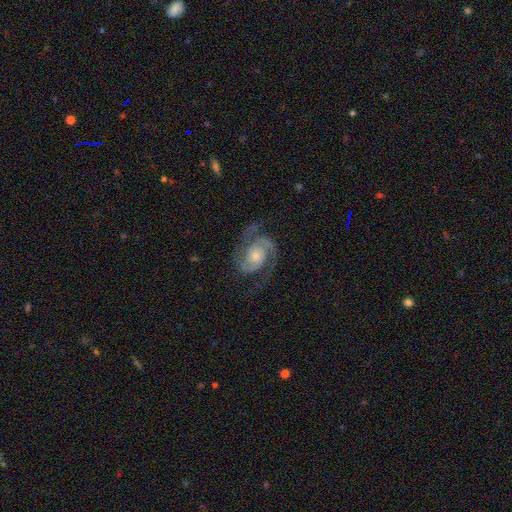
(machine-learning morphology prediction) Smooth or featured? Predicted: featured or disk (p=0.91). Edge-on disk? Predicted: no (p=0.98). Bar? Predicted: no (p=0.69). Spiral arms? Predicted: yes (p=0.98). Spiral winding? Predicted: medium (p=0.54). Spiral arm count? Predicted: 2 (p=0.93). Bulge size? Predicted: small (p=0.55). Merging? Predicted: none (p=0.77).